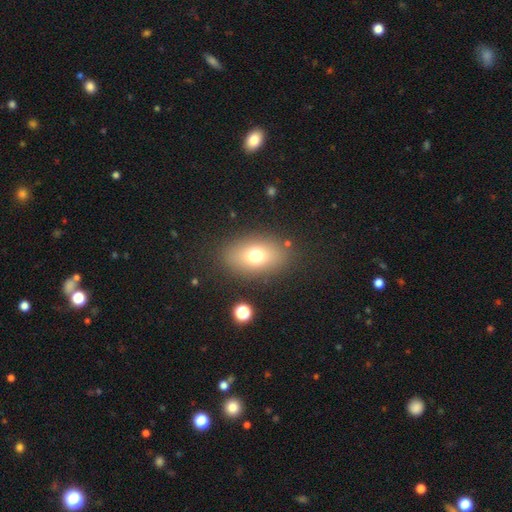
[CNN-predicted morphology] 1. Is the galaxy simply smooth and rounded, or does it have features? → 72% smooth, 15% featured or disk, 13% star or artifact.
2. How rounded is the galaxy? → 79% in between, 19% round, 2% cigar-shaped.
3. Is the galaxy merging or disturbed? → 84% none, 9% minor disturbance, 4% major disturbance, 2% merger.